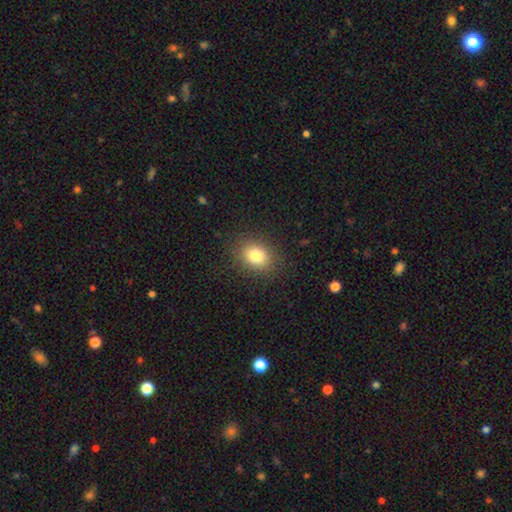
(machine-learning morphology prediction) A smooth galaxy with no disk features (81%) that is in between round and cigar-shaped (58%).

Vote fractions:
- Smooth or featured? smooth: 81% / star or artifact: 11% / featured or disk: 8%
- How rounded? in between: 58% / round: 41% / cigar-shaped: 1%
- Merging? none: 87% / minor disturbance: 9% / major disturbance: 3% / merger: 1%